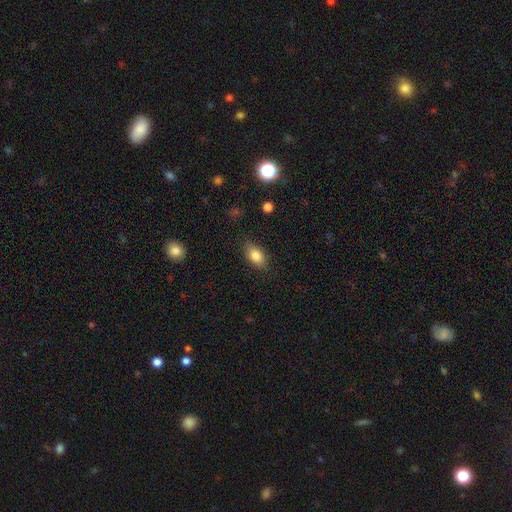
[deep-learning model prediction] smooth_or_featured: smooth (p=0.83) [alt: star or artifact p=0.08]
how_rounded: in between (p=0.87) [alt: round p=0.09]
merging: none (p=0.82) [alt: minor disturbance p=0.14]